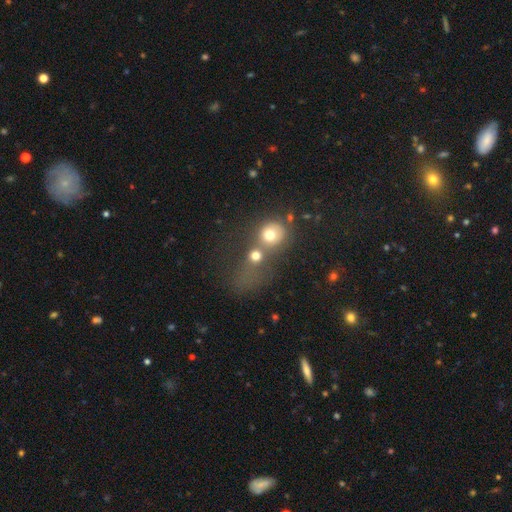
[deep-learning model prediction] smooth_or_featured: smooth (p=0.66) [alt: featured or disk p=0.17]
how_rounded: round (p=0.78) [alt: in between p=0.21]
merging: merger (p=0.58) [alt: none p=0.24]